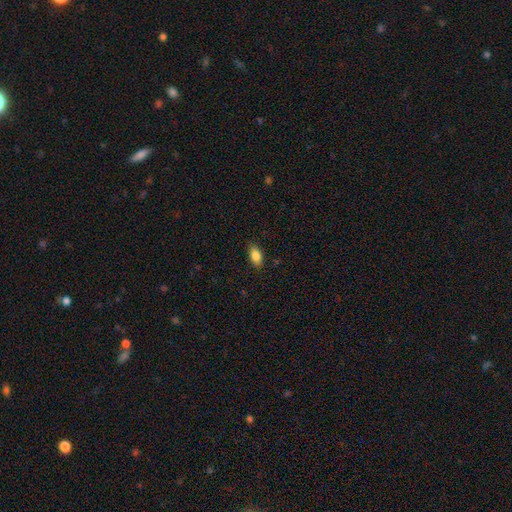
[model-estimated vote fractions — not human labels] This appears to be a smooth galaxy with no disk features (86%) that is in between round and cigar-shaped (89%). Merging: none (85%).